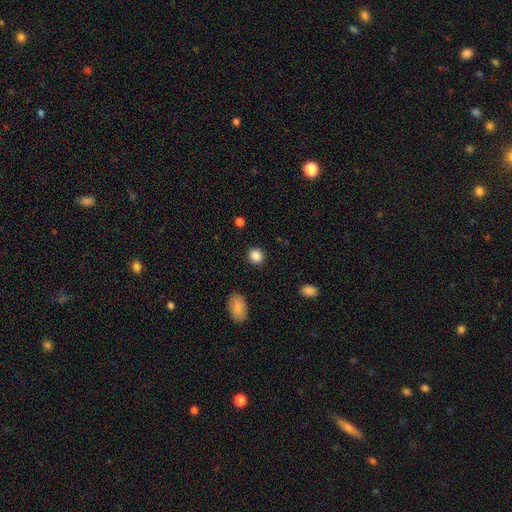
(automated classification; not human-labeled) Q: Smooth or featured?
A: smooth (87%); runner-up: star or artifact (10%)
Q: How rounded?
A: round (83%); runner-up: in between (16%)
Q: Merging?
A: none (89%); runner-up: minor disturbance (7%)